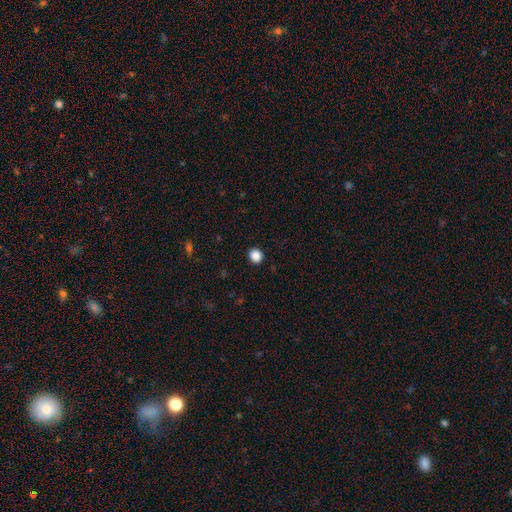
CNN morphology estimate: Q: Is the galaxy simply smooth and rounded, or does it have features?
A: smooth — 88%.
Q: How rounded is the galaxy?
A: round — 84%.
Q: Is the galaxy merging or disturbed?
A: none — 92%.